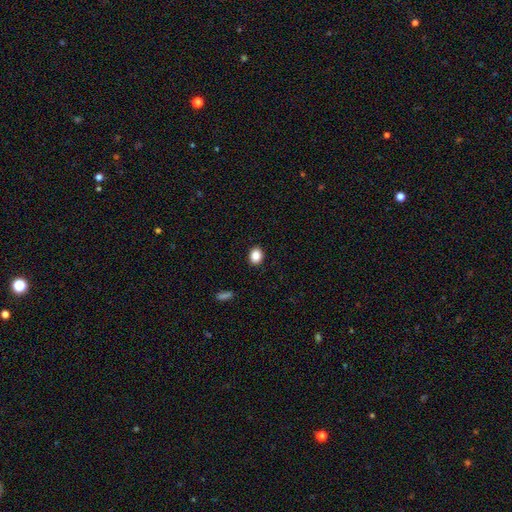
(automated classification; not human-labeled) Overall: smooth (87%). How rounded: in between (51%; round 48%). Merging: none (90%).